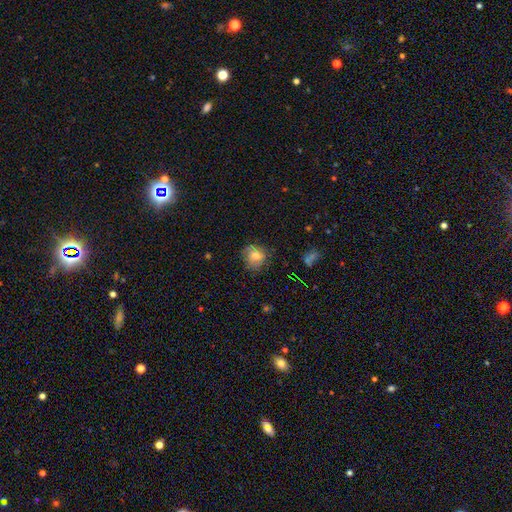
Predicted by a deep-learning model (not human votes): smooth 67%, featured or disk 22%, star or artifact 11%. Down the decision tree: how rounded — round (80%); merging — none (69%).